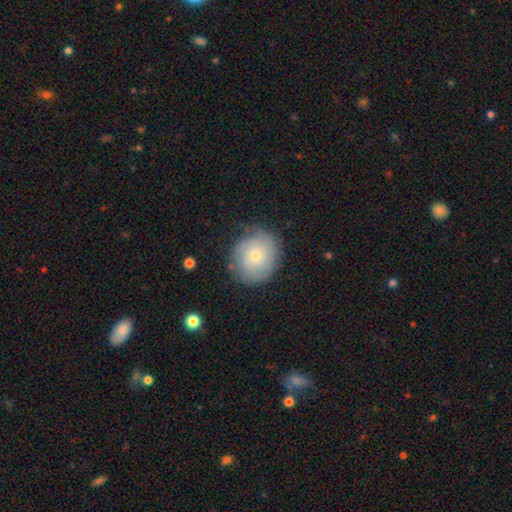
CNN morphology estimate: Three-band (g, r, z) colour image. It shows a featured or disk galaxy (50%). Merging: none (73%).